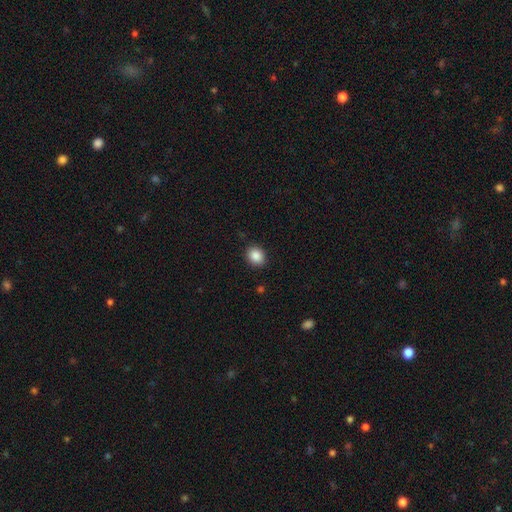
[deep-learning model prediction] Smooth or featured? Predicted: smooth (p=0.88). How rounded? Predicted: round (p=0.57). Merging? Predicted: none (p=0.88).